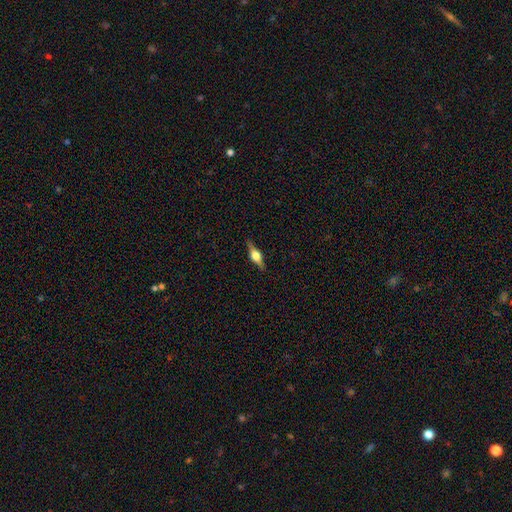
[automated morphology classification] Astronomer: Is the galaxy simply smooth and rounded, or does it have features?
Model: featured or disk — 75%.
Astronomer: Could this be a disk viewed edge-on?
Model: yes — 97%.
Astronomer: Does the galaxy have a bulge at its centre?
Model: rounded — 93%.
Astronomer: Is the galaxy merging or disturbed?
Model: none — 88%.